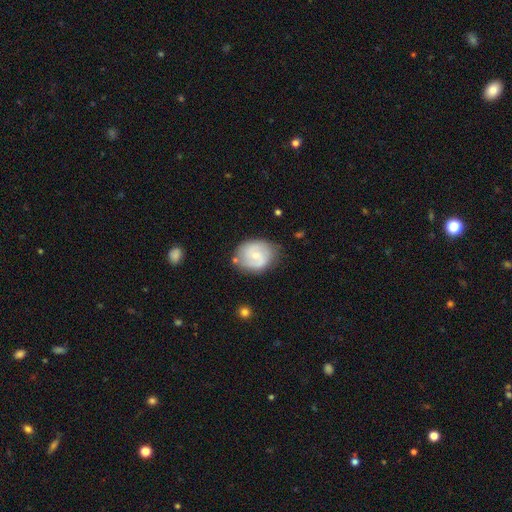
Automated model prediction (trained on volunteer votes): featured or disk 63%, smooth 31%, star or artifact 6%. Down the decision tree: edge-on disk — no (97%); bar — weak (48%); spiral arms — yes (84%); spiral arm count — 2 (77%); spiral winding — medium (47%); bulge size — small (61%); merging — none (70%).